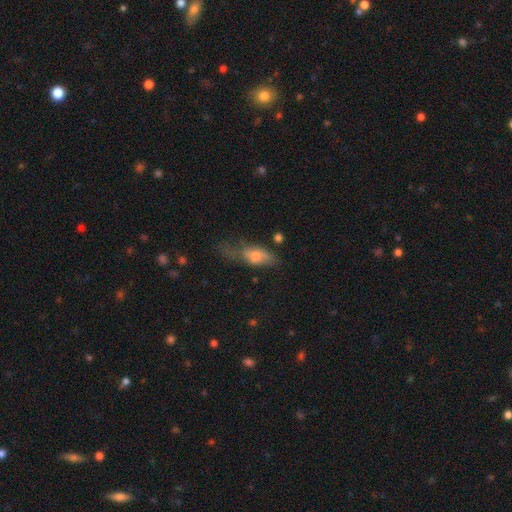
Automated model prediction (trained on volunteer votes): Morphology: type=smooth (60%); roundness=in between (71%); merging=none (36%).